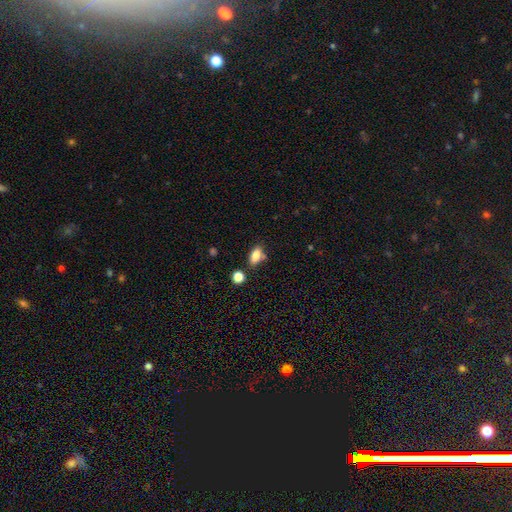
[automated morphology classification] This is clearly a smooth galaxy (82%). How rounded: clearly in between (85%). Merging: likely none (71%).